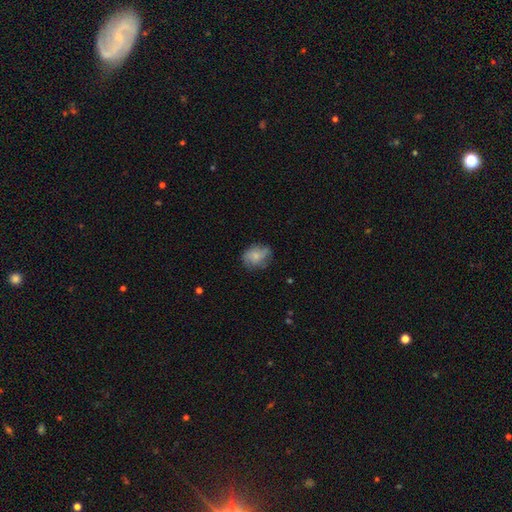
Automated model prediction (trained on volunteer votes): Morphology: type=smooth (65%); roundness=in between (50%); merging=none (59%).